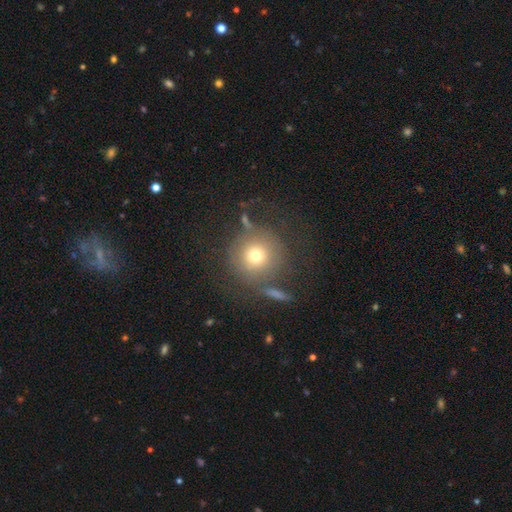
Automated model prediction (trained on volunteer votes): Smooth or featured?
  - smooth: 69% *
  - featured or disk: 18%
  - star or artifact: 13%
How rounded?
  - round: 94% *
  - in between: 5%
  - cigar-shaped: 1%
Merging?
  - none: 69% *
  - minor disturbance: 13%
  - major disturbance: 11%
  - merger: 7%